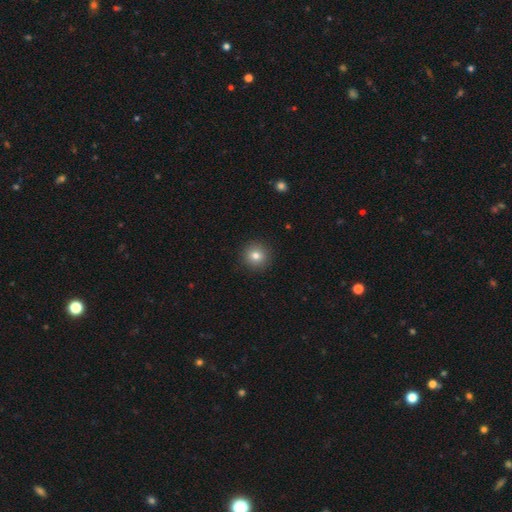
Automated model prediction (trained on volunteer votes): smooth_or_featured: smooth (p=0.80) [alt: star or artifact p=0.12]
how_rounded: round (p=0.94) [alt: in between p=0.05]
merging: none (p=0.92) [alt: minor disturbance p=0.05]